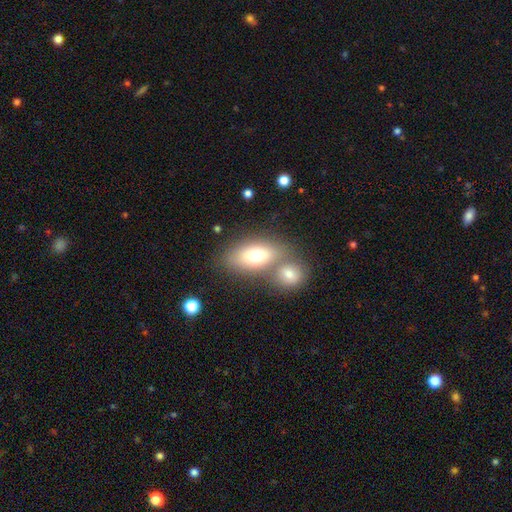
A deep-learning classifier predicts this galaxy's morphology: Q: Smooth or featured?
A: smooth (74%); runner-up: featured or disk (17%)
Q: How rounded?
A: in between (86%); runner-up: round (11%)
Q: Merging?
A: none (46%); runner-up: merger (41%)